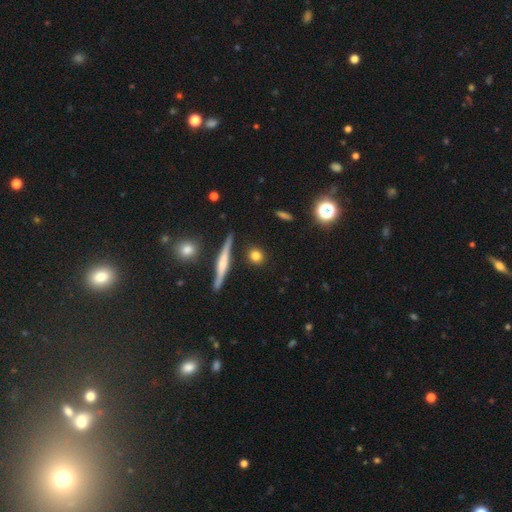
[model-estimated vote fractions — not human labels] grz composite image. It shows a smooth galaxy with no disk features (75%) that is round (75%). Merging: none (85%).